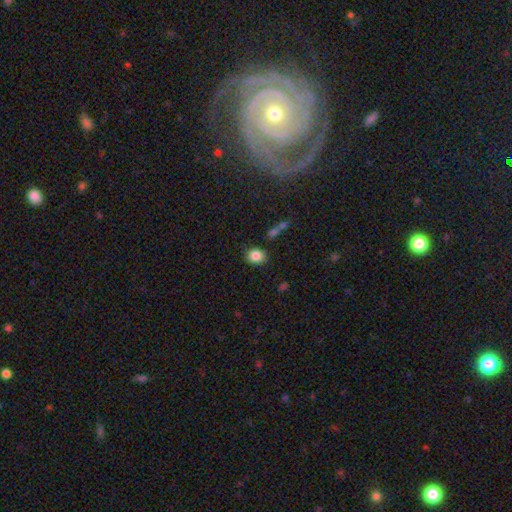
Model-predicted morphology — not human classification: Smooth or featured?
  - smooth: 84% *
  - star or artifact: 10%
  - featured or disk: 7%
How rounded?
  - round: 64% *
  - in between: 34%
  - cigar-shaped: 1%
Merging?
  - none: 84% *
  - minor disturbance: 9%
  - merger: 4%
  - major disturbance: 3%